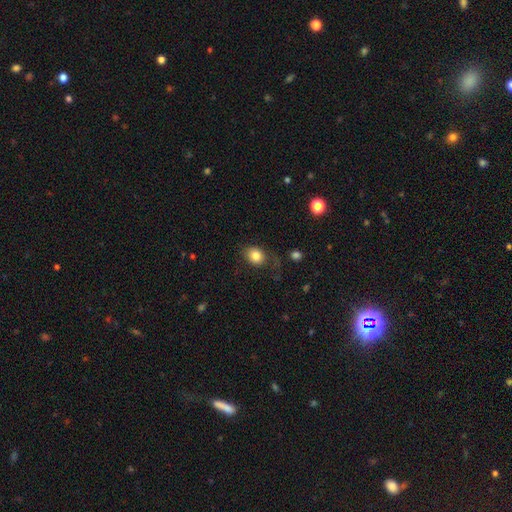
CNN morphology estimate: A smooth galaxy with no disk features (81%) that is in between round and cigar-shaped (52%).

Vote fractions:
- Smooth or featured? smooth: 81% / star or artifact: 10% / featured or disk: 9%
- How rounded? in between: 52% / round: 47% / cigar-shaped: 1%
- Merging? none: 67% / minor disturbance: 19% / major disturbance: 11% / merger: 2%